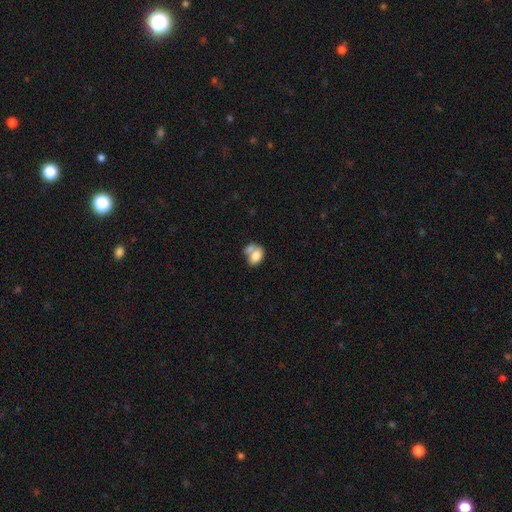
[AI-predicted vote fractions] smooth 74%, featured or disk 17%, star or artifact 8%. Down the decision tree: how rounded — in between (69%); merging — merger (52%).